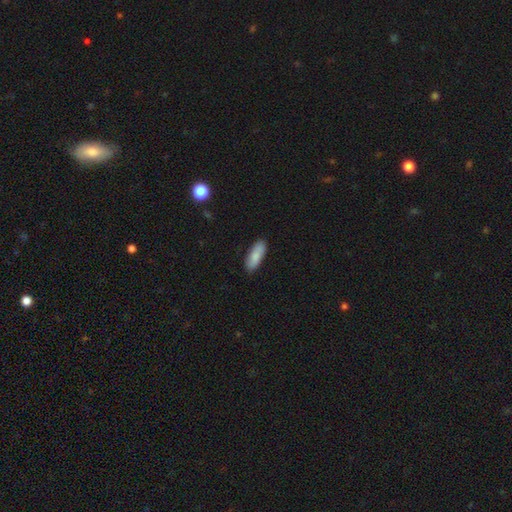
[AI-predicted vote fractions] This appears to be a smooth galaxy with no disk features (86%) that is in between round and cigar-shaped (70%). Merging: none (87%).